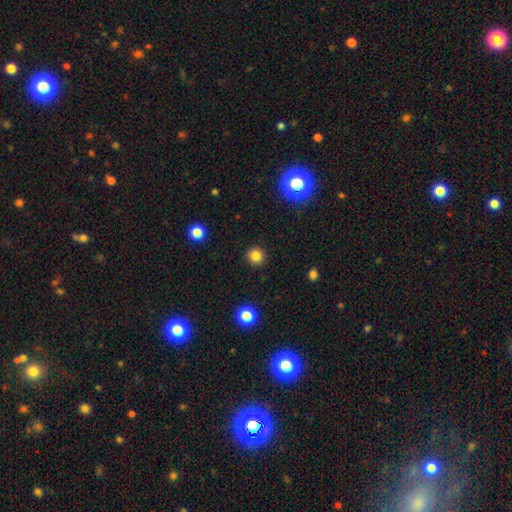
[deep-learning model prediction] The model was most divided on "smooth or featured": smooth: 83%, star or artifact: 13%, featured or disk: 4%. More confident: how rounded — round (93%); merging — none (91%).